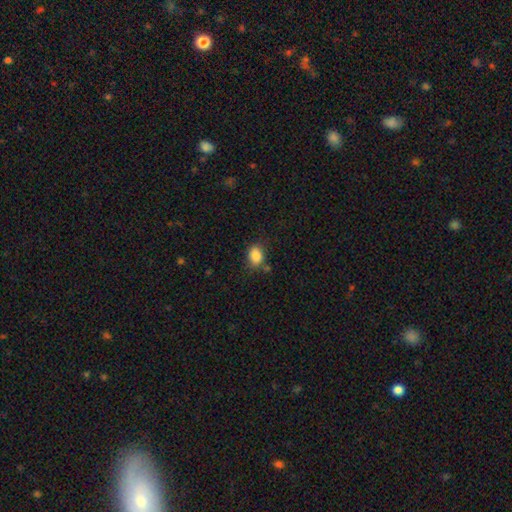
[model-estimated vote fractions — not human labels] smooth 85%, star or artifact 9%, featured or disk 6%. Down the decision tree: how rounded — in between (69%); merging — none (70%).